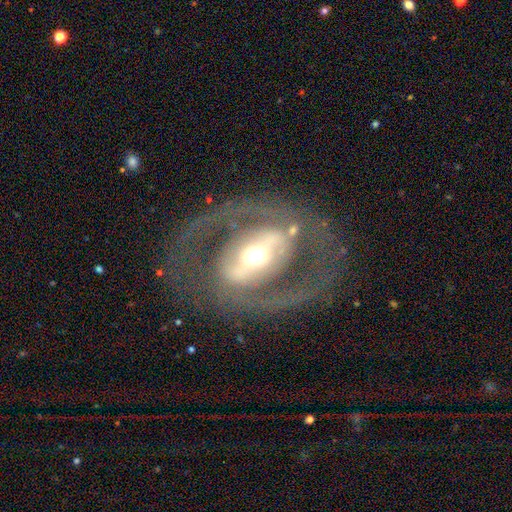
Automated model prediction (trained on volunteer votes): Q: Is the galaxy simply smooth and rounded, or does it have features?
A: featured or disk — 79%.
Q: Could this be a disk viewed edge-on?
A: no — 93%.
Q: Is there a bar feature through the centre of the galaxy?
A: strong — 50%.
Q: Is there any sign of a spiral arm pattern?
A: yes — 63%.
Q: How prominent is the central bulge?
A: moderate — 59%.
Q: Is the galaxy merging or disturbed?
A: none — 70%.